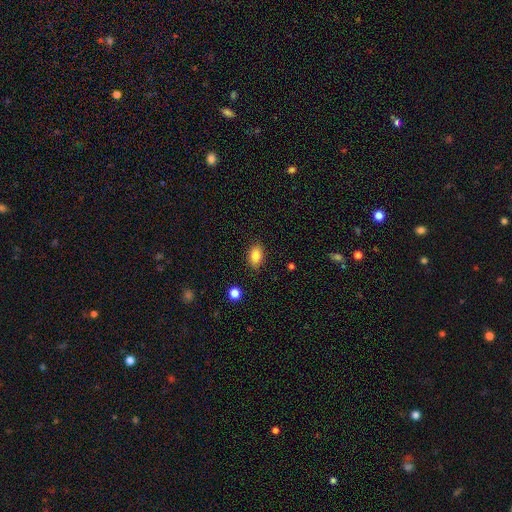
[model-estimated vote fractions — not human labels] Smooth or featured?
  - smooth: 85% *
  - star or artifact: 9%
  - featured or disk: 6%
How rounded?
  - in between: 88% *
  - round: 11%
  - cigar-shaped: 2%
Merging?
  - none: 87% *
  - minor disturbance: 10%
  - major disturbance: 2%
  - merger: 1%